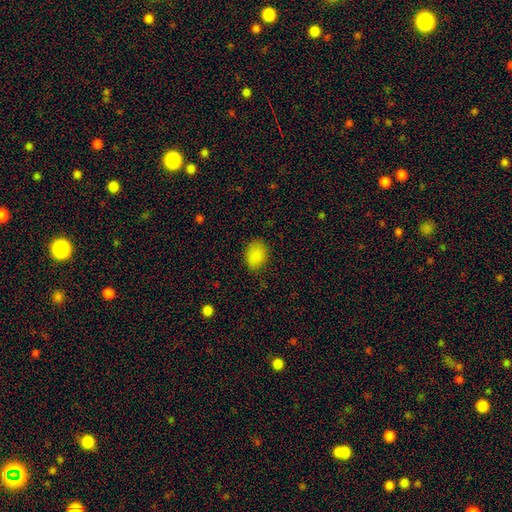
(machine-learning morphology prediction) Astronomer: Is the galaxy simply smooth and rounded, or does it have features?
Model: smooth — 87%.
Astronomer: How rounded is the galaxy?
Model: in between — 70%.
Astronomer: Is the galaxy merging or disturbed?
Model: none — 81%.